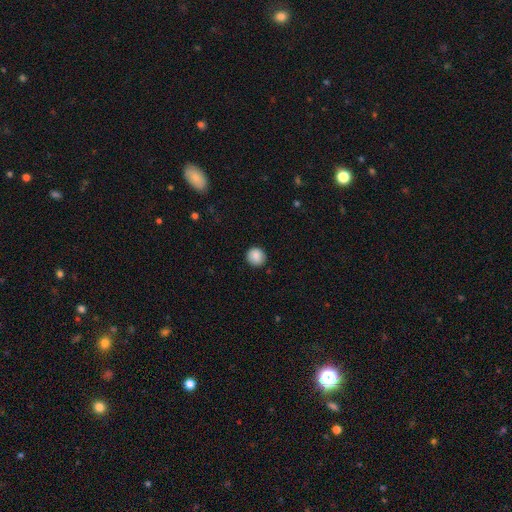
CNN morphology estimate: smooth 88%, star or artifact 8%, featured or disk 4%. Down the decision tree: how rounded — round (92%); merging — none (91%).